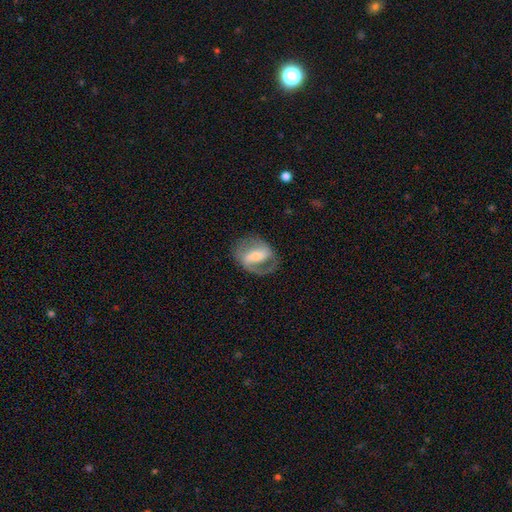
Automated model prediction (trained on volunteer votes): This appears to be a featured or disk galaxy (71%) with a strong bar (53%), 2 (70%) medium (47%) spiral arms (79%) and a moderate central bulge (42%). Merging: none (65%).